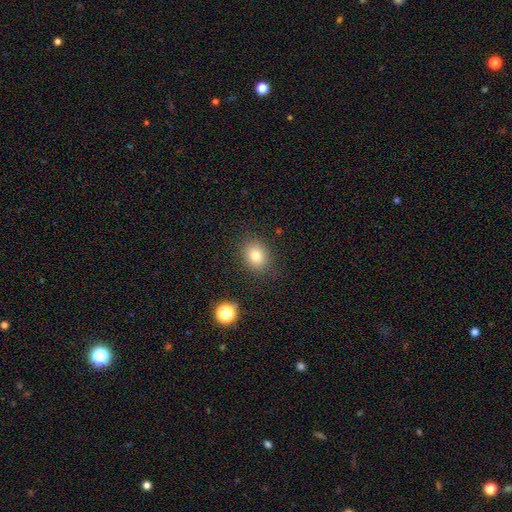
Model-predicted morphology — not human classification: A smooth galaxy with no disk features (80%) that is round (54%).

Vote fractions:
- Smooth or featured? smooth: 80% / star or artifact: 12% / featured or disk: 8%
- How rounded? round: 54% / in between: 45% / cigar-shaped: 1%
- Merging? none: 84% / minor disturbance: 10% / major disturbance: 3% / merger: 2%